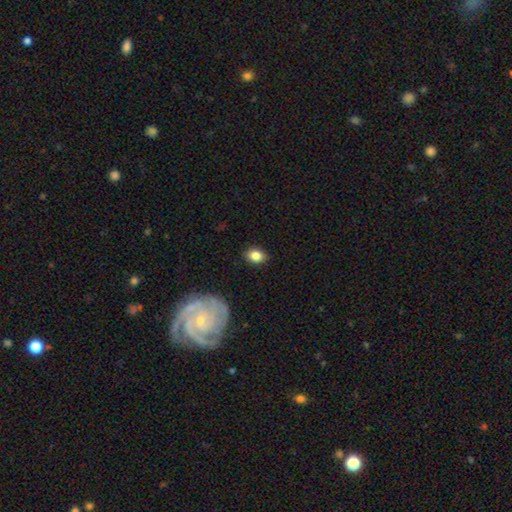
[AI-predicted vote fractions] Smooth or featured? smooth (84%)
How rounded? in between (66%)
Merging? none (87%)